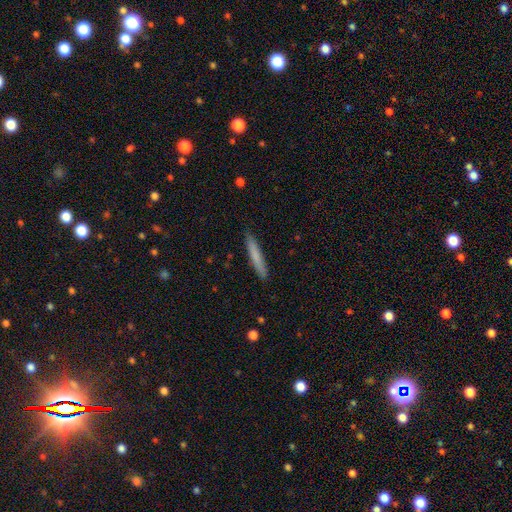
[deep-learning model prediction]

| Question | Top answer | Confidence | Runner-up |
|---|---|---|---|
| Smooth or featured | smooth | 74% | featured or disk (20%) |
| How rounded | cigar-shaped | 95% | in between (4%) |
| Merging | none | 89% | minor disturbance (8%) |